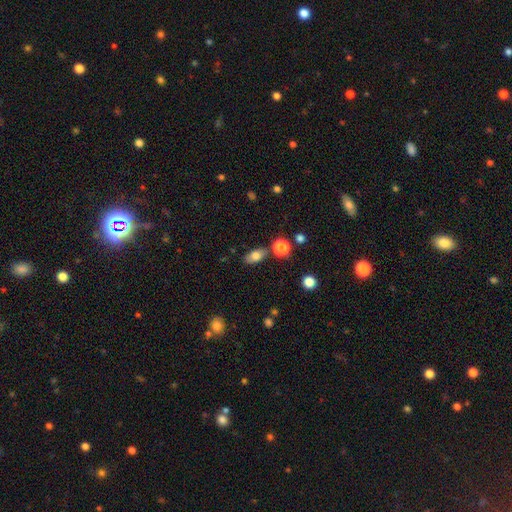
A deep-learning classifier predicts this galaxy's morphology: The model was most divided on "merging": none: 76%, minor disturbance: 12%, merger: 8%, major disturbance: 3%. More confident: how rounded — in between (83%); smooth or featured — smooth (78%).